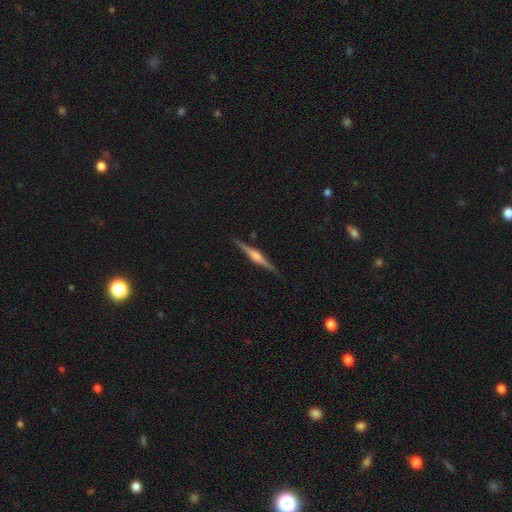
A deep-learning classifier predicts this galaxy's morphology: smooth-or-featured: featured or disk: 81% | smooth: 13% | star or artifact: 6%
  disk-edge-on: yes: 98% | no: 2%
    edge-on-bulge: rounded: 80% | boxy: 15% | none: 5%
  merging: none: 91% | minor disturbance: 6% | major disturbance: 1% | merger: 1%